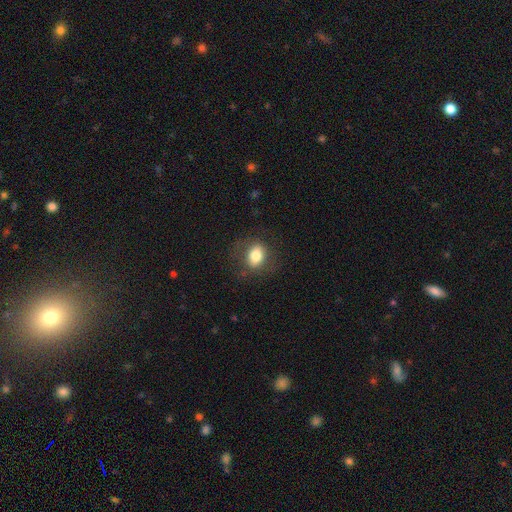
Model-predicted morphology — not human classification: Q: Smooth or featured?
A: smooth (77%); runner-up: featured or disk (14%)
Q: How rounded?
A: in between (65%); runner-up: round (34%)
Q: Merging?
A: none (77%); runner-up: minor disturbance (14%)